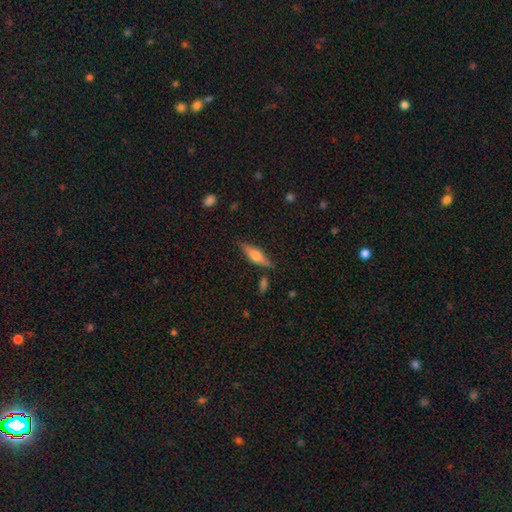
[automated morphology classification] Overall: smooth (51%; featured or disk 42%). How rounded: cigar-shaped (53%; in between 44%). Merging: none (80%).